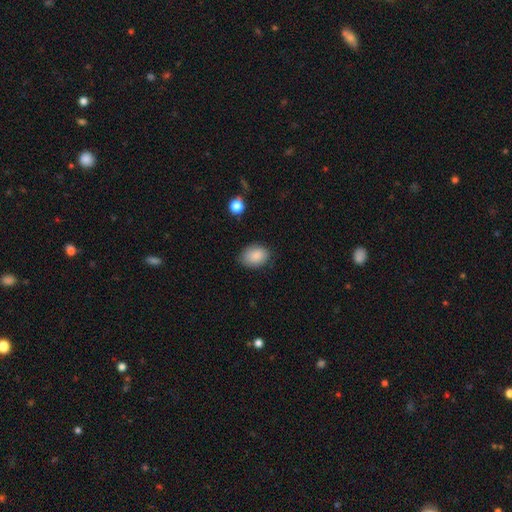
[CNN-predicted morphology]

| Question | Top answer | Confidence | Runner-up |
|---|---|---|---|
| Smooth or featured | smooth | 87% | star or artifact (8%) |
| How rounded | in between | 79% | round (20%) |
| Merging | none | 78% | minor disturbance (17%) |